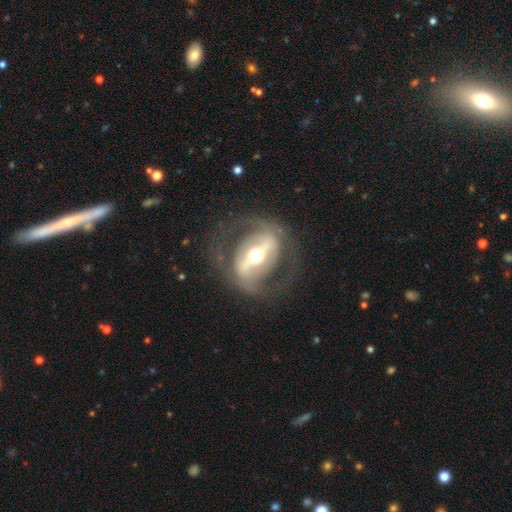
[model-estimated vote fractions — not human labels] This is clearly a featured or disk galaxy (82%). It is clearly not viewed edge-on (86%). Bar: likely strong (75%). Spiral arm pattern: possibly yes (52%). Central bulge: possibly moderate (60%). Merging: likely none (71%).